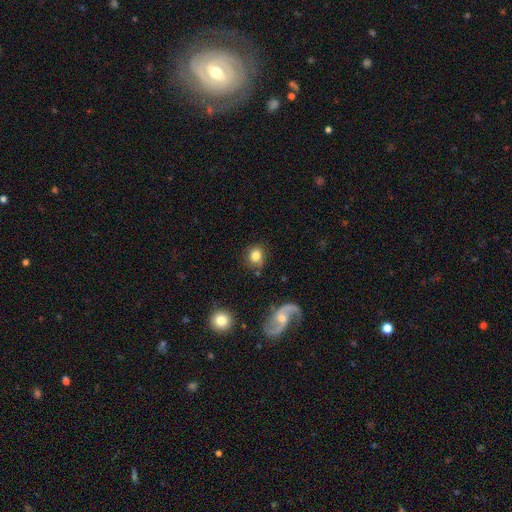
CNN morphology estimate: smooth_or_featured: smooth (p=0.75) [alt: featured or disk p=0.15]
how_rounded: round (p=0.72) [alt: in between p=0.26]
merging: none (p=0.70) [alt: minor disturbance p=0.19]